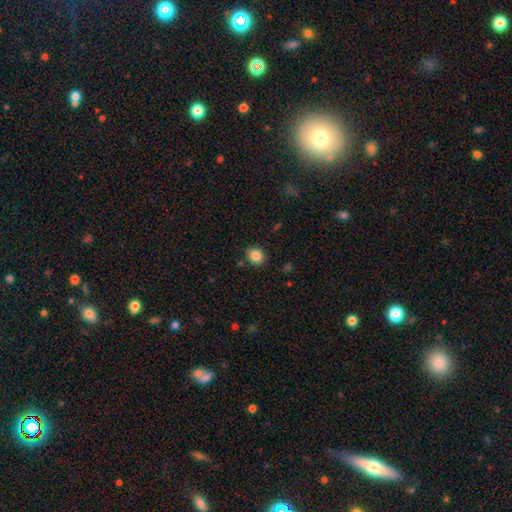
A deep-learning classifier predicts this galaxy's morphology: Overall: smooth (85%). How rounded: round (70%). Merging: none (87%).